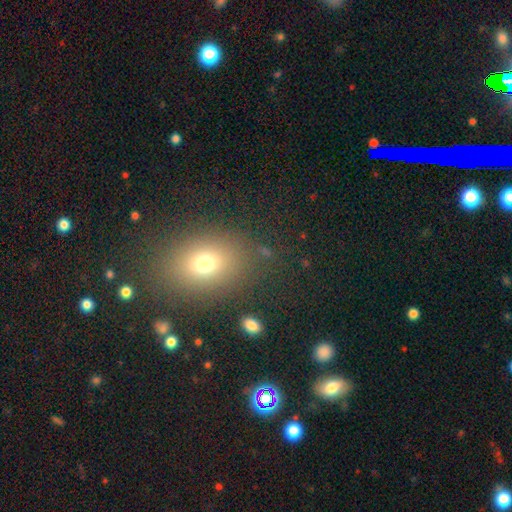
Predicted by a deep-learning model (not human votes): A smooth galaxy with no disk features (64%) that is in between round and cigar-shaped (63%).

Vote fractions:
- Smooth or featured? smooth: 64% / star or artifact: 25% / featured or disk: 11%
- How rounded? in between: 63% / round: 35% / cigar-shaped: 2%
- Merging? none: 85% / minor disturbance: 9% / major disturbance: 4% / merger: 2%